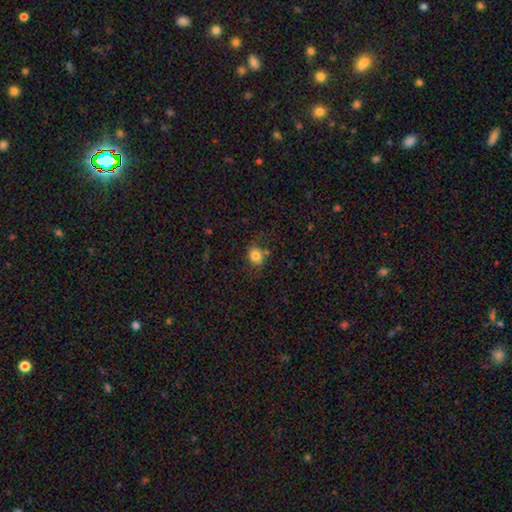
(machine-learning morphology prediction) This is clearly a smooth galaxy (81%). How rounded: likely round (65%). Merging: likely none (74%).